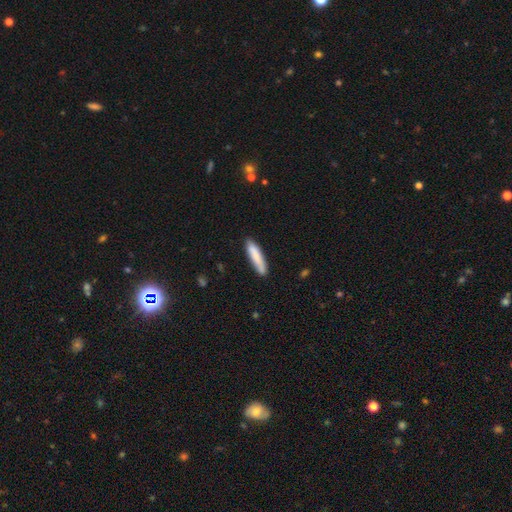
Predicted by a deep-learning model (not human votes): Morphology: type=smooth (84%); roundness=cigar-shaped (84%); merging=none (83%).